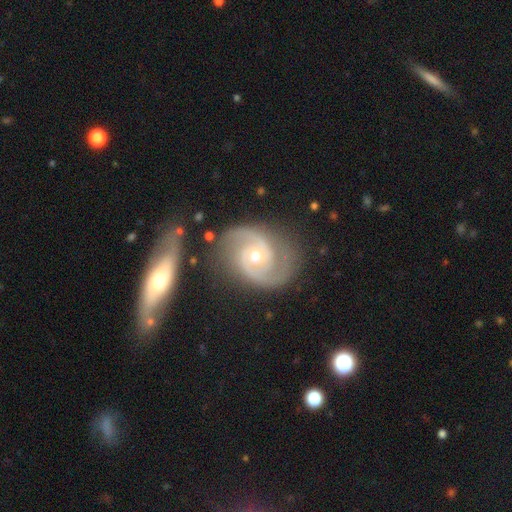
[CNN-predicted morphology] This appears to be a featured or disk galaxy (91%) with no bar (62%), 2 (92%) medium (53%) spiral arms (98%) and a moderate central bulge (61%). Merging: none (74%).